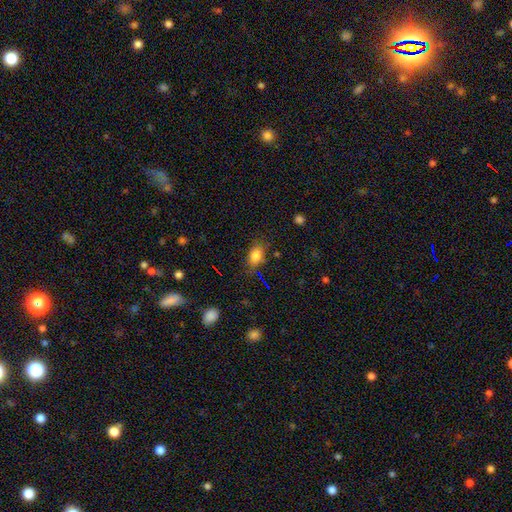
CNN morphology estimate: This is likely a smooth galaxy (80%). How rounded: likely in between (77%). Merging: likely none (76%).